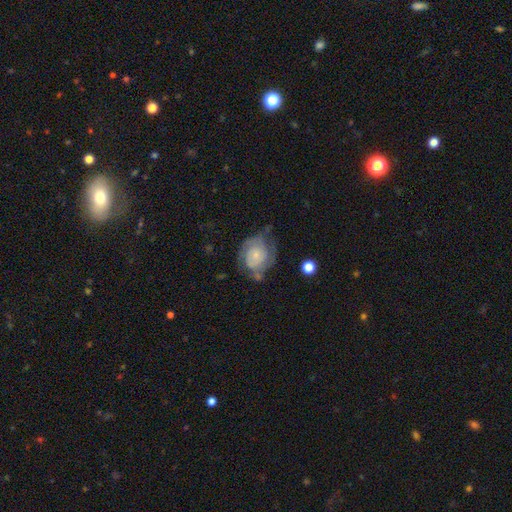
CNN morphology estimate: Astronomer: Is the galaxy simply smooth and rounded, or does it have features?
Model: featured or disk — 60%.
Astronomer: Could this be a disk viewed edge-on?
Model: no — 97%.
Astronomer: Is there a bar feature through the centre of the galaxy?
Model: no — 81%.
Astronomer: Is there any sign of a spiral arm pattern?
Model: yes — 79%.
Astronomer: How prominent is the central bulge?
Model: small — 73%.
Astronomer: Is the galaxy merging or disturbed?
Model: none — 48% (runner-up: minor disturbance, 29%).